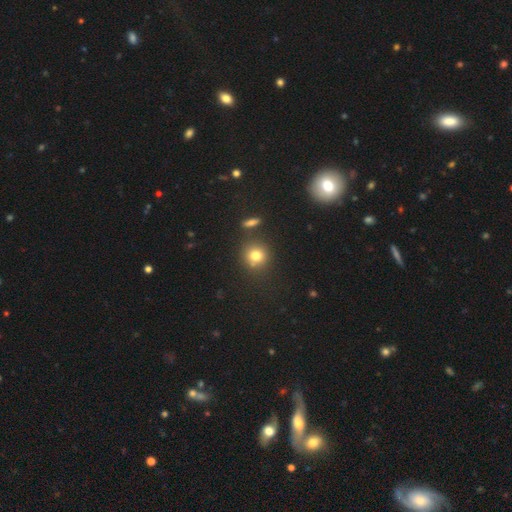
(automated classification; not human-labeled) Smooth or featured?
  - smooth: 77% *
  - star or artifact: 14%
  - featured or disk: 9%
How rounded?
  - round: 88% *
  - in between: 10%
  - cigar-shaped: 1%
Merging?
  - none: 76% *
  - minor disturbance: 10%
  - merger: 10%
  - major disturbance: 4%